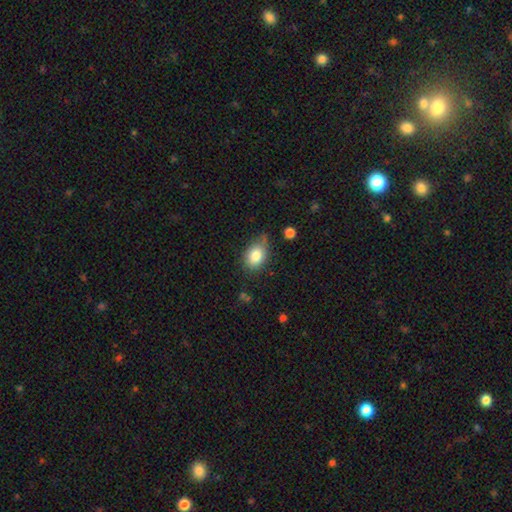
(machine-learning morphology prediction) A smooth galaxy with no disk features (83%) that is in between round and cigar-shaped (78%).

Vote fractions:
- Smooth or featured? smooth: 83% / featured or disk: 9% / star or artifact: 8%
- How rounded? in between: 78% / round: 21% / cigar-shaped: 1%
- Merging? none: 60% / minor disturbance: 29% / major disturbance: 7% / merger: 3%